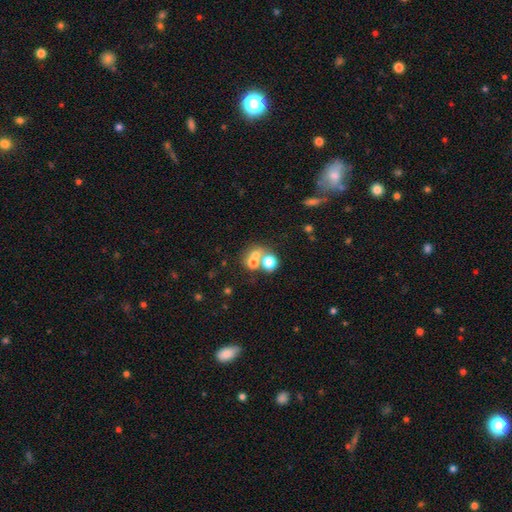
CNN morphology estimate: A smooth galaxy with no disk features (61%) that is round (75%). Merging: merger (54%).